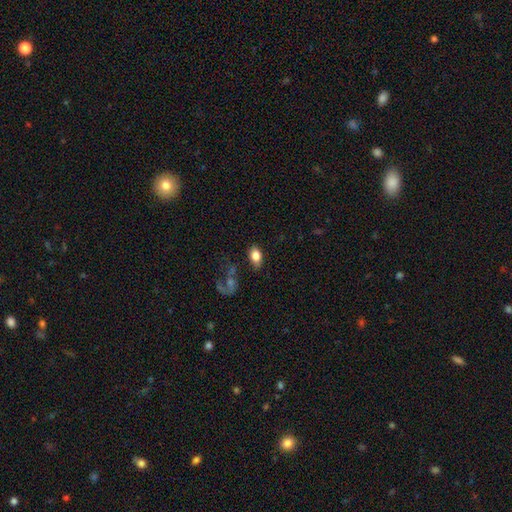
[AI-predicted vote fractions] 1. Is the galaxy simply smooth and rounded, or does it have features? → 80% smooth, 12% featured or disk, 8% star or artifact.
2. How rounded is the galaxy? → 85% in between, 14% round, 2% cigar-shaped.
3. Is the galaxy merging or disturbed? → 74% none, 15% minor disturbance, 6% major disturbance, 6% merger.